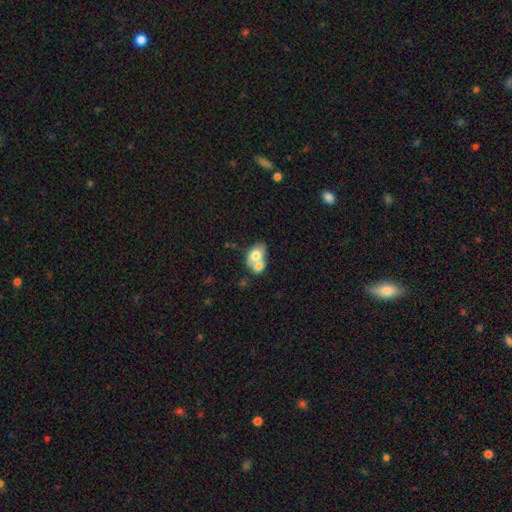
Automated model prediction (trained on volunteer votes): This is likely a smooth galaxy (67%). How rounded: likely in between (76%). Merging: likely merger (68%).